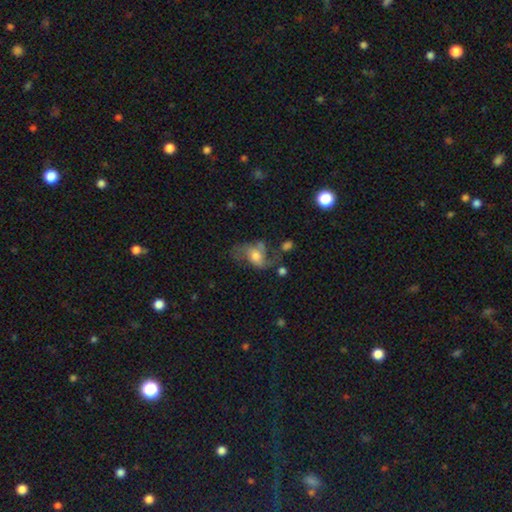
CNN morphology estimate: smooth_or_featured: featured or disk (p=0.56) [alt: smooth p=0.35]
disk_edge_on: no (p=0.96) [alt: yes p=0.04]
bar: no (p=0.65) [alt: weak p=0.28]
has_spiral_arms: yes (p=0.75) [alt: no p=0.25]
bulge_size: moderate (p=0.53) [alt: large p=0.22]
merging: major disturbance (p=0.35) [alt: none p=0.34]